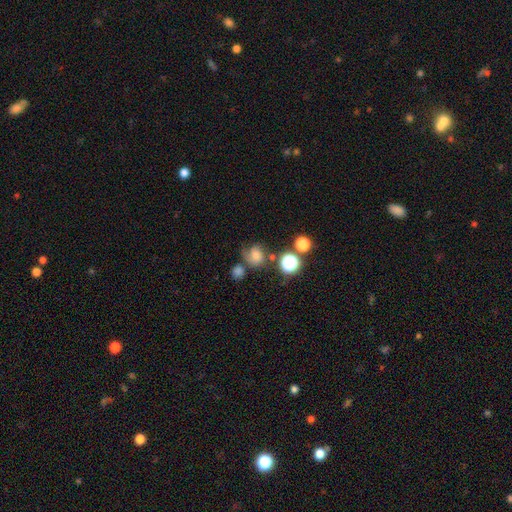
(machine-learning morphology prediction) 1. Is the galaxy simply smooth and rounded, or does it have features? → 53% smooth, 28% featured or disk, 19% star or artifact.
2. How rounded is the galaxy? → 75% round, 24% in between, 1% cigar-shaped.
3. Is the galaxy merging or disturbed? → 50% none, 22% minor disturbance, 15% major disturbance, 12% merger.